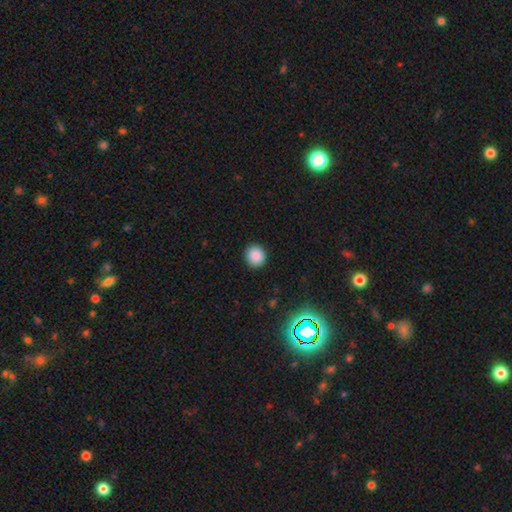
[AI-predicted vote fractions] Smooth or featured? smooth (87%)
How rounded? round (91%)
Merging? none (92%)